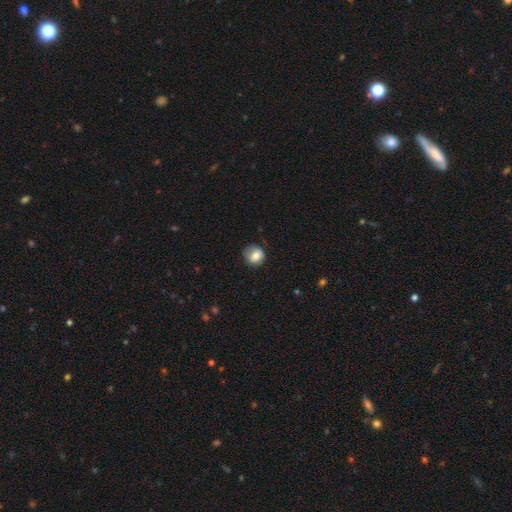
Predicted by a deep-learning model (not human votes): smooth-or-featured: smooth: 76% | featured or disk: 15% | star or artifact: 8%
  how-rounded: round: 83% | in between: 16% | cigar-shaped: 1%
  merging: none: 76% | minor disturbance: 18% | major disturbance: 5% | merger: 1%